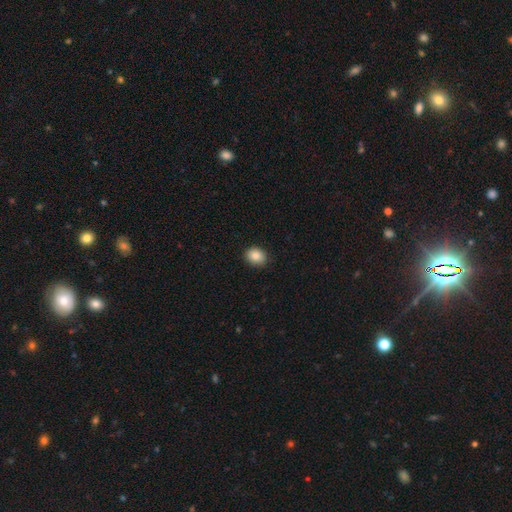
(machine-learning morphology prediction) Smooth or featured: smooth — 85% (star or artifact — 9%)
How rounded: round — 59% (in between — 40%)
Merging: none — 88% (minor disturbance — 9%)